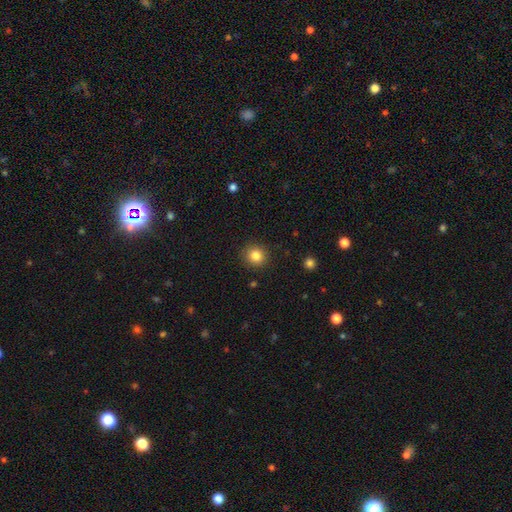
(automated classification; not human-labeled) This appears to be a smooth galaxy with no disk features (82%) that is round (90%). Merging: none (90%).